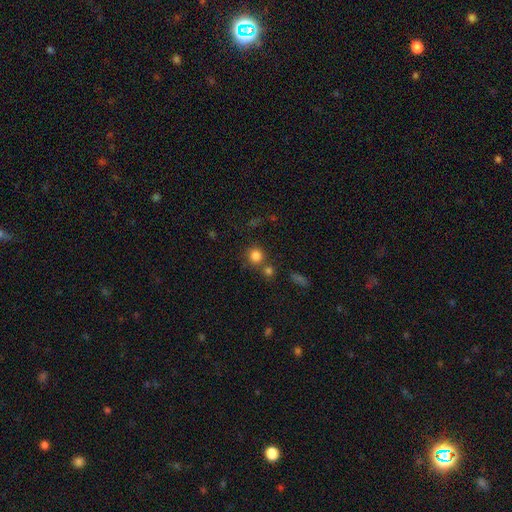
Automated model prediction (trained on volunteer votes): Smooth or featured?
  - smooth: 81% *
  - star or artifact: 13%
  - featured or disk: 6%
How rounded?
  - round: 89% *
  - in between: 10%
  - cigar-shaped: 1%
Merging?
  - none: 68% *
  - merger: 19%
  - minor disturbance: 9%
  - major disturbance: 4%